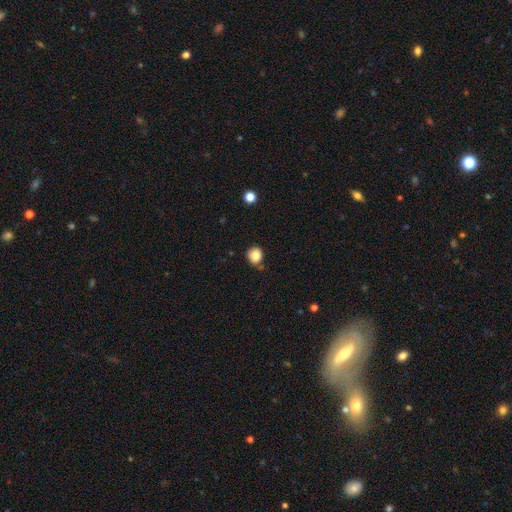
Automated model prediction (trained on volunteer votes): Smooth or featured: smooth — 84% (star or artifact — 10%)
How rounded: round — 84% (in between — 15%)
Merging: none — 76% (minor disturbance — 16%)